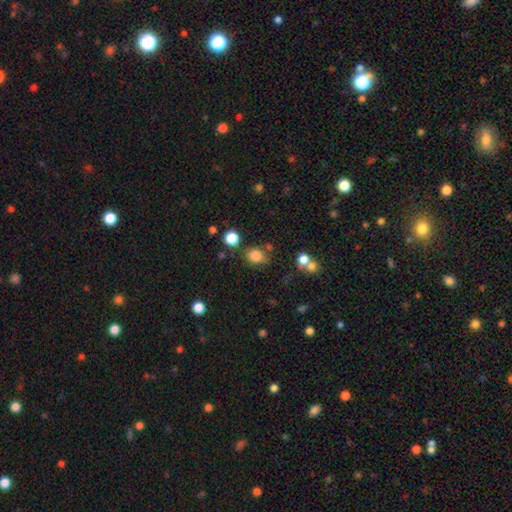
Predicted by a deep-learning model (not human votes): A smooth galaxy with no disk features (82%) that is round (58%). Merging: none (71%).